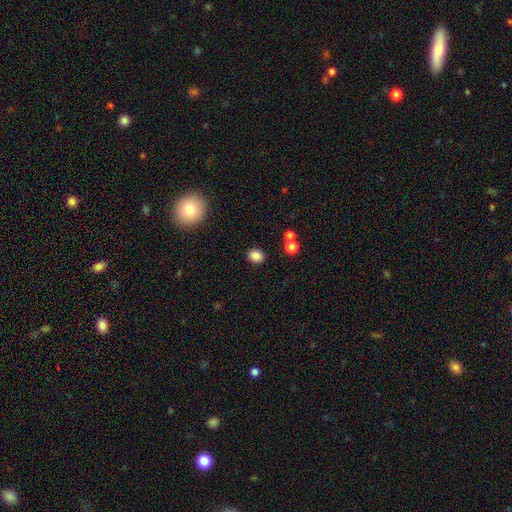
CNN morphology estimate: smooth-or-featured: smooth: 84% | star or artifact: 11% | featured or disk: 5%
  how-rounded: round: 63% | in between: 36% | cigar-shaped: 1%
  merging: none: 86% | minor disturbance: 8% | merger: 3% | major disturbance: 3%